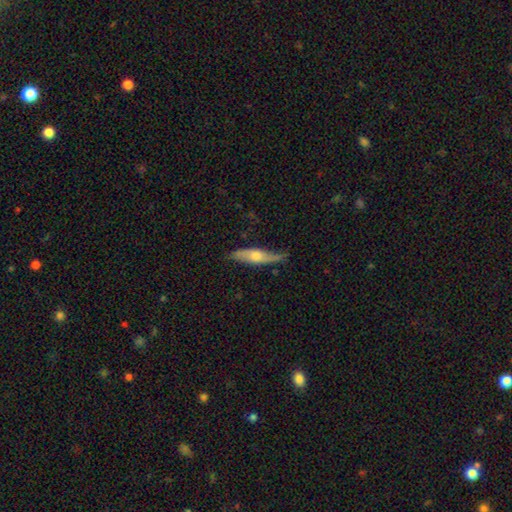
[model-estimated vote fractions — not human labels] The model was most divided on "smooth or featured": featured or disk: 58%, smooth: 37%, star or artifact: 6%. More confident: merging — none (71%); edge-on disk — yes (67%).